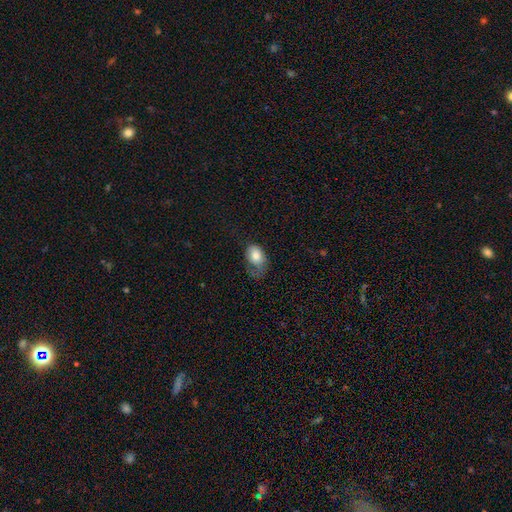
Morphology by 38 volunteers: smooth_or_featured: smooth (p=0.82) [alt: featured or disk p=0.16]
how_rounded: in between (p=0.71) [alt: round p=0.29]
merging: major disturbance (p=0.51) [alt: minor disturbance p=0.30]